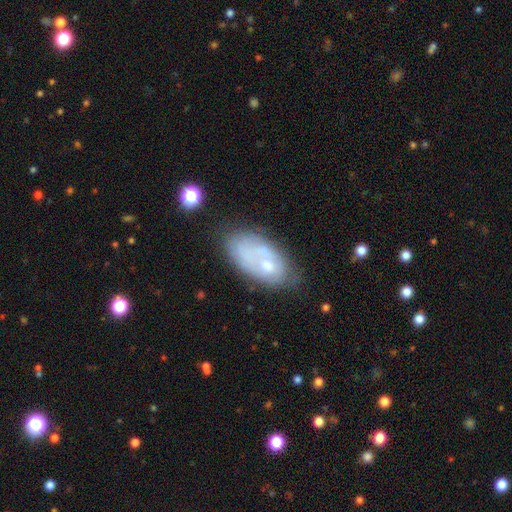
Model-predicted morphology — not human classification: A smooth galaxy with no disk features (45%, tied with featured or disk).

Vote fractions:
- Smooth or featured? smooth: 45% (tied) / featured or disk: 45% (tied) / star or artifact: 10%
- Merging? none: 50% / minor disturbance: 25% / major disturbance: 12% / merger: 12%